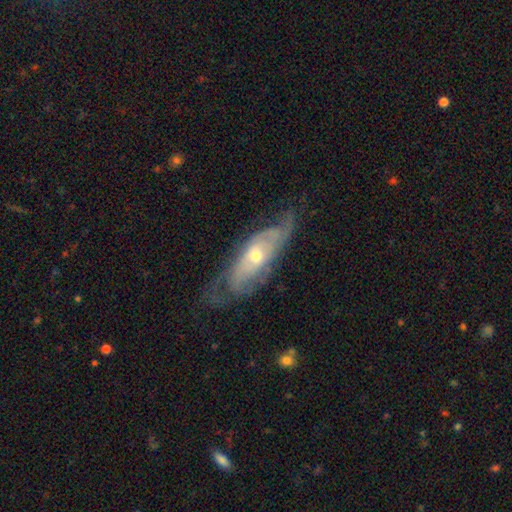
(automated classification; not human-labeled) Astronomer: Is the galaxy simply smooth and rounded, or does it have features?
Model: featured or disk — 77%.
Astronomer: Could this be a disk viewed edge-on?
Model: no — 81%.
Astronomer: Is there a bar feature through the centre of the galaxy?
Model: no — 73%.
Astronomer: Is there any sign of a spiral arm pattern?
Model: yes — 86%.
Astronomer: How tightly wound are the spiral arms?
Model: tight — 51% (runner-up: medium, 34%).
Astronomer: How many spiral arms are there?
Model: can't tell — 43% (runner-up: 2, 36%).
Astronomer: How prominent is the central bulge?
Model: moderate — 54% (runner-up: small, 42%).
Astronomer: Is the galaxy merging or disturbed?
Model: none — 64%.